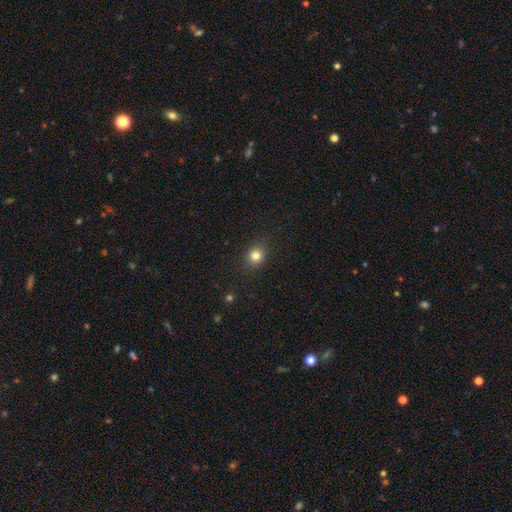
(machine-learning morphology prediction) smooth-or-featured: smooth: 81% | star or artifact: 13% | featured or disk: 6%
  how-rounded: round: 71% | in between: 28% | cigar-shaped: 1%
  merging: none: 88% | minor disturbance: 8% | major disturbance: 2% | merger: 1%